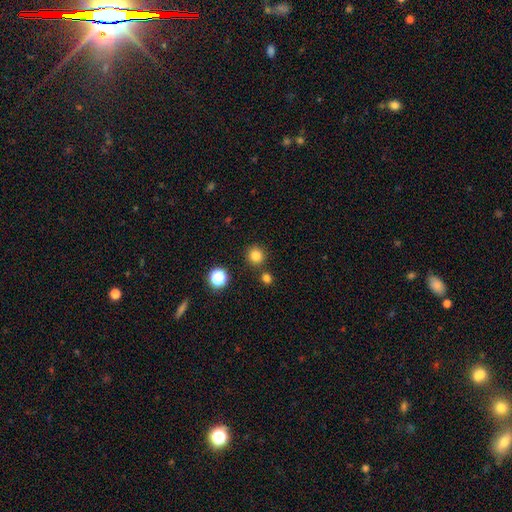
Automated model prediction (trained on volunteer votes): smooth-or-featured: smooth: 81% | star or artifact: 14% | featured or disk: 4%
  how-rounded: round: 92% | in between: 7% | cigar-shaped: 1%
  merging: none: 83% | merger: 7% | minor disturbance: 7% | major disturbance: 3%